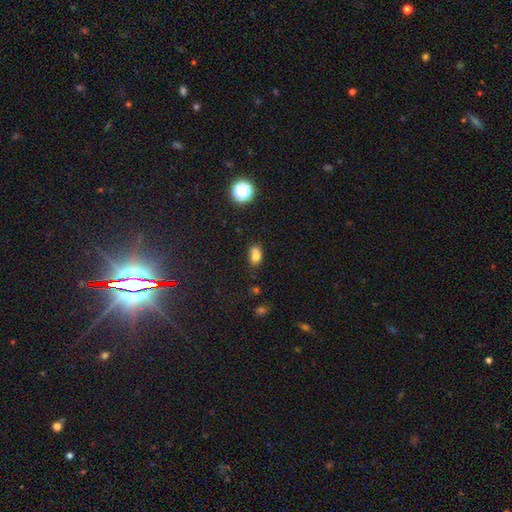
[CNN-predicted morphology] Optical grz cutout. It shows a smooth galaxy with no disk features (74%) that is in between round and cigar-shaped (70%). Merging: none (42%).